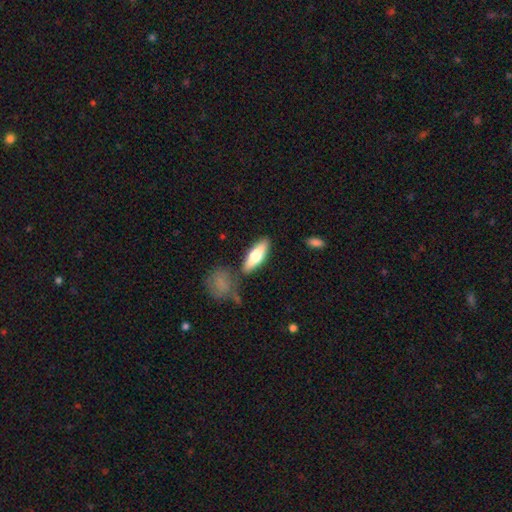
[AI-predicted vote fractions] smooth-or-featured: smooth: 67% | featured or disk: 28% | star or artifact: 5%
  how-rounded: in between: 57% | cigar-shaped: 40% | round: 2%
  merging: none: 80% | minor disturbance: 11% | merger: 6% | major disturbance: 3%